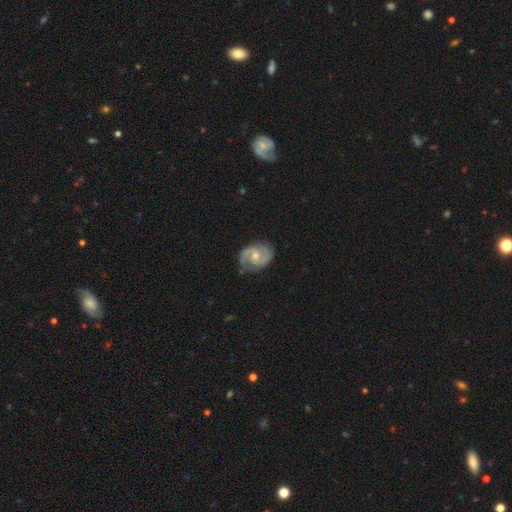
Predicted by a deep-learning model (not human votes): The model was most divided on "bar": no: 50%, weak: 43%, strong: 7%. More confident: edge-on disk — no (98%); spiral arms — yes (97%); spiral arm count — 2 (90%); smooth or featured — featured or disk (88%); merging — none (79%); bulge size — moderate (59%); spiral winding — medium (50%).